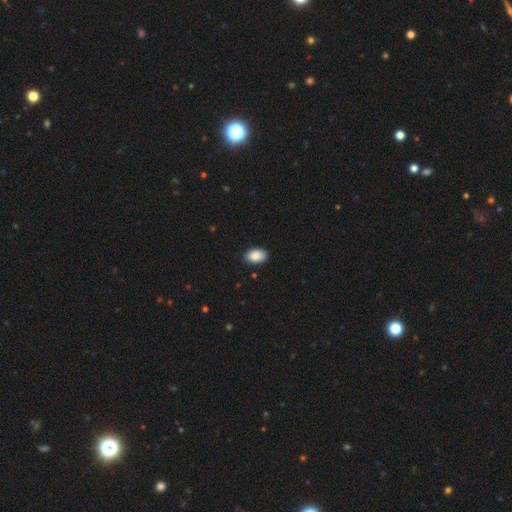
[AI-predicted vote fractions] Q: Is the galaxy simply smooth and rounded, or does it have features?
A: smooth — 88%.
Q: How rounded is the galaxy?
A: in between — 91%.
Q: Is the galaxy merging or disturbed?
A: none — 88%.